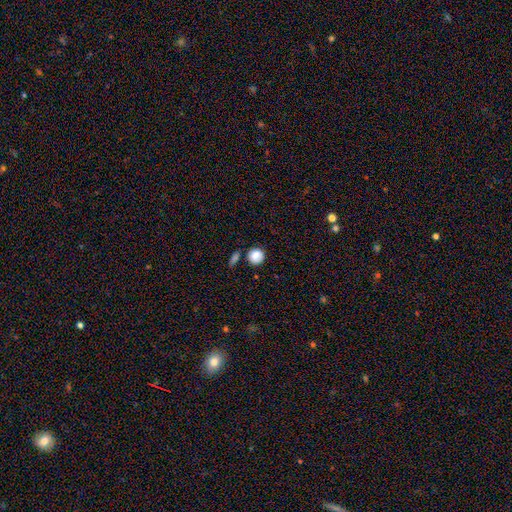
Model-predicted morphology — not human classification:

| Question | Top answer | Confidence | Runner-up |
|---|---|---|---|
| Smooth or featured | smooth | 85% | star or artifact (8%) |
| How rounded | round | 91% | in between (7%) |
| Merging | none | 77% | minor disturbance (12%) |